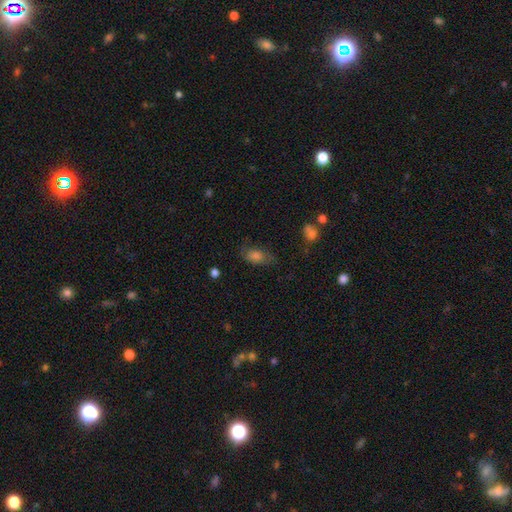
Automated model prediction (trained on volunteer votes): Overall: smooth (64%). How rounded: in between (82%). Merging: none (66%).